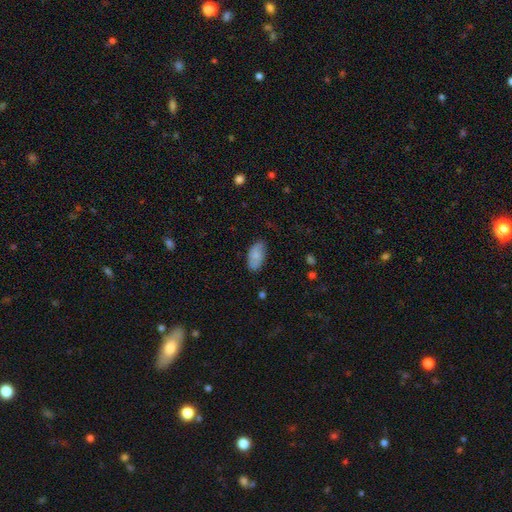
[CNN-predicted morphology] Smooth or featured? Predicted: smooth (p=0.78). How rounded? Predicted: in between (p=0.94). Merging? Predicted: none (p=0.78).